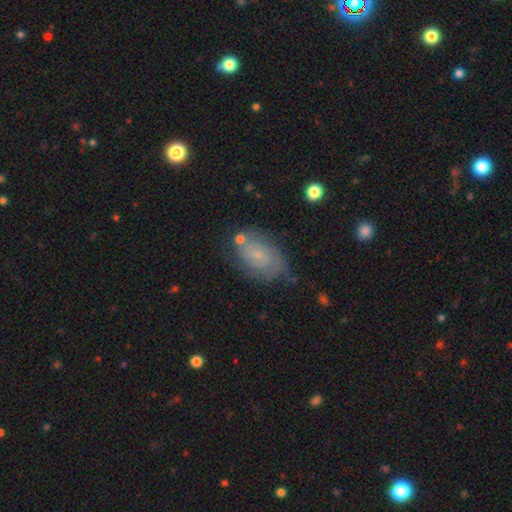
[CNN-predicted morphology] Overall: smooth (47%; featured or disk 43%). Merging: none (59%; minor disturbance 26%).